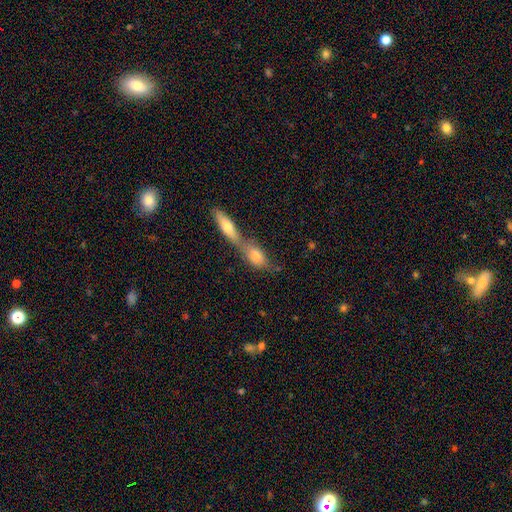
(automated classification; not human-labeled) Q: Smooth or featured?
A: smooth (72%); runner-up: featured or disk (21%)
Q: How rounded?
A: in between (69%); runner-up: cigar-shaped (20%)
Q: Merging?
A: merger (64%); runner-up: none (25%)